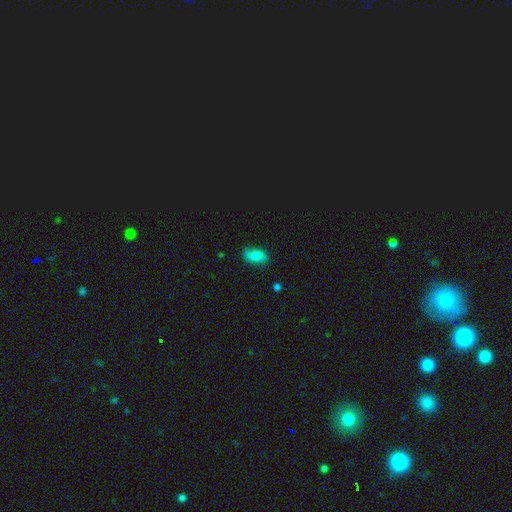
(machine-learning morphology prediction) A smooth galaxy with no disk features (74%) that is in between round and cigar-shaped (91%).

Vote fractions:
- Smooth or featured? smooth: 74% / featured or disk: 15% / star or artifact: 11%
- How rounded? in between: 91% / cigar-shaped: 5% / round: 5%
- Merging? none: 78% / minor disturbance: 17% / major disturbance: 3% / merger: 1%